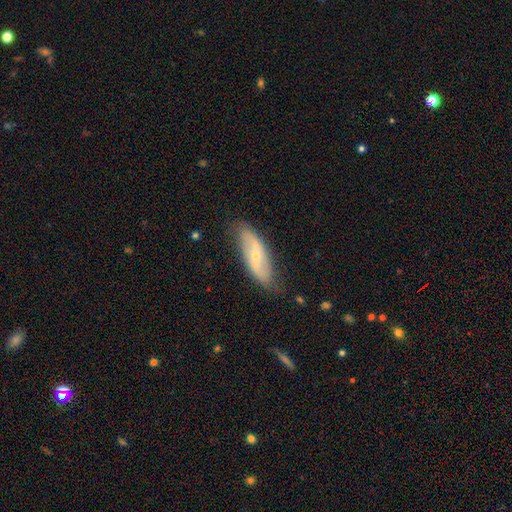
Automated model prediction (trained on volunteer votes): Morphology: type=featured or disk (64%); edge-on=no (83%); bar=weak (39%); spiral arms=yes (79%); bulge=small (69%); merging=none (77%).